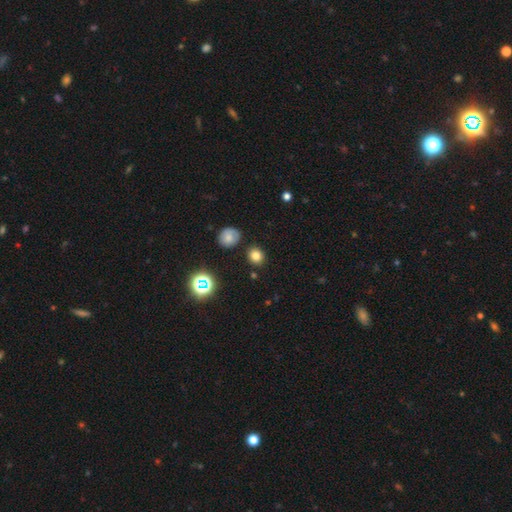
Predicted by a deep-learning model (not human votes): Smooth or featured? smooth (77%)
How rounded? round (74%)
Merging? none (85%)